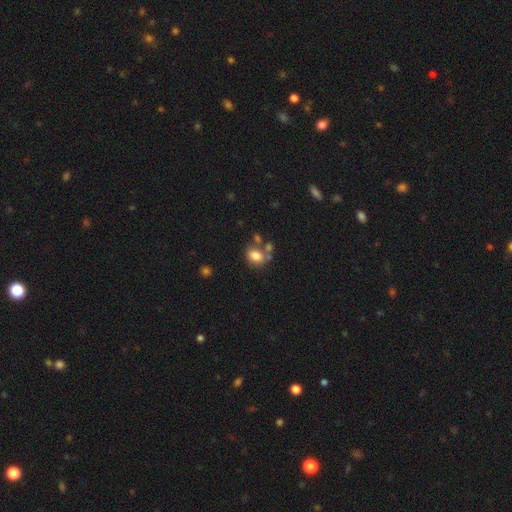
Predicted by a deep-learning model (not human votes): Q: Smooth or featured?
A: smooth (79%); runner-up: featured or disk (11%)
Q: How rounded?
A: in between (68%); runner-up: round (31%)
Q: Merging?
A: none (55%); runner-up: merger (23%)